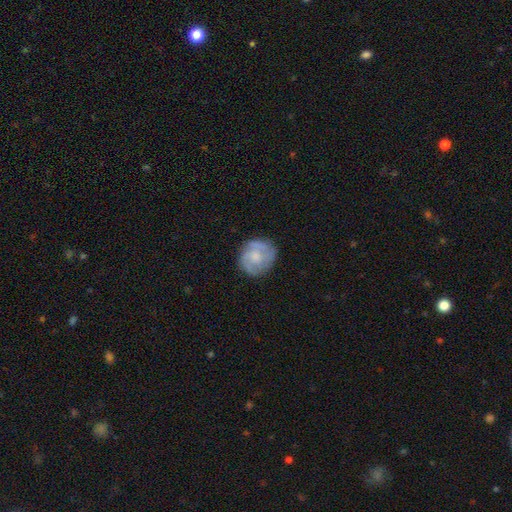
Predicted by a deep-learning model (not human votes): Morphology: type=featured or disk (54%); edge-on=no (98%); bar=no (71%); spiral arms=yes (81%); bulge=moderate (43%); merging=none (77%).